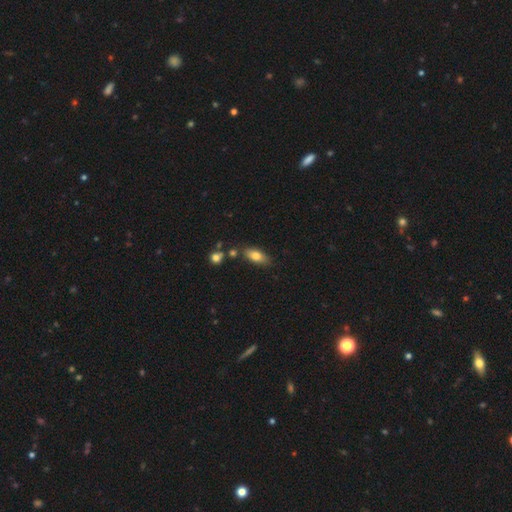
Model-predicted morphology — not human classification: type=smooth (76%); roundness=in between (79%); merging=none (76%).